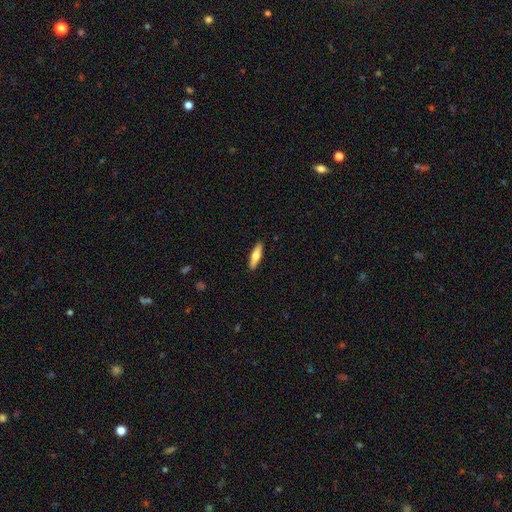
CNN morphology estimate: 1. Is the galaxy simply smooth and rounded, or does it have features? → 67% smooth, 28% featured or disk, 5% star or artifact.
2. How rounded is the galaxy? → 67% cigar-shaped, 31% in between, 2% round.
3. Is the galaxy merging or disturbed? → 90% none, 7% minor disturbance, 2% major disturbance, 1% merger.